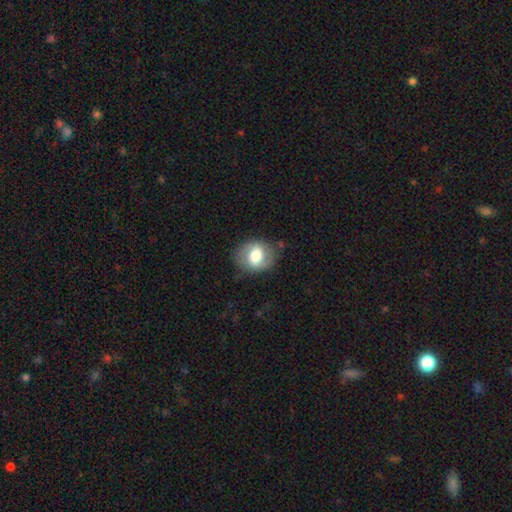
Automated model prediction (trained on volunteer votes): A smooth galaxy with no disk features (53%) that is round (51%). Merging: none (73%).